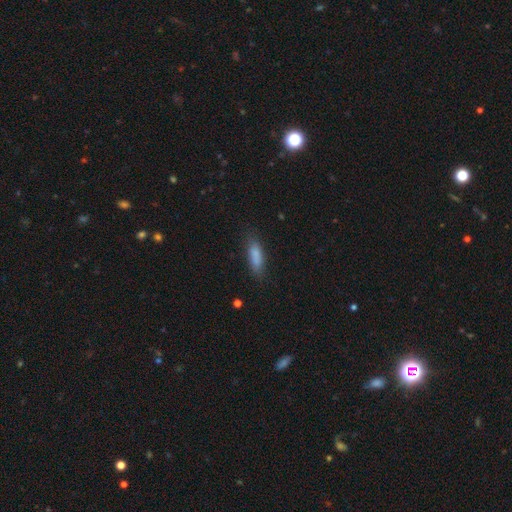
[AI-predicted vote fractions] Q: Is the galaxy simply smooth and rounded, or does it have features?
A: smooth — 83%.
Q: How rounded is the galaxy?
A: in between — 54%.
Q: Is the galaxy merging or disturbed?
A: none — 76%.